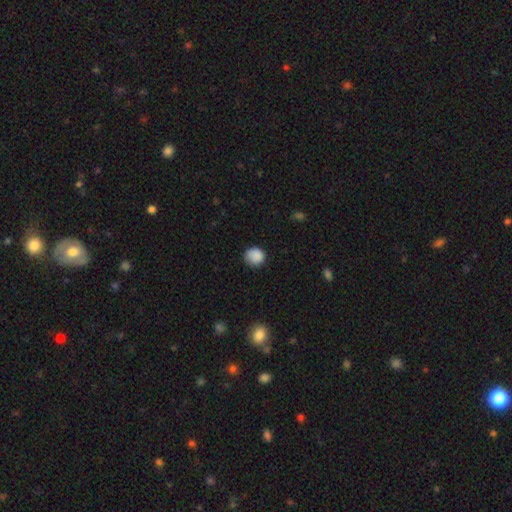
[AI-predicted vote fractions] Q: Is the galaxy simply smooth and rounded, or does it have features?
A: smooth — 88%.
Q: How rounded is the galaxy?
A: round — 88%.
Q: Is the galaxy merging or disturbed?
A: none — 80%.